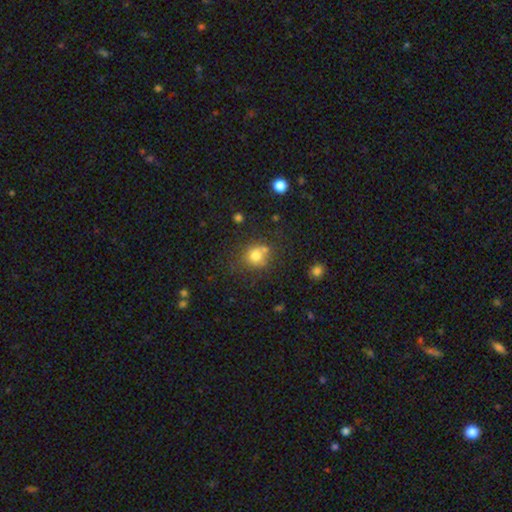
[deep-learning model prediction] A smooth galaxy with no disk features (75%) that is round (83%).

Vote fractions:
- Smooth or featured? smooth: 75% / star or artifact: 14% / featured or disk: 11%
- How rounded? round: 83% / in between: 16% / cigar-shaped: 1%
- Merging? none: 59% / merger: 22% / minor disturbance: 14% / major disturbance: 6%